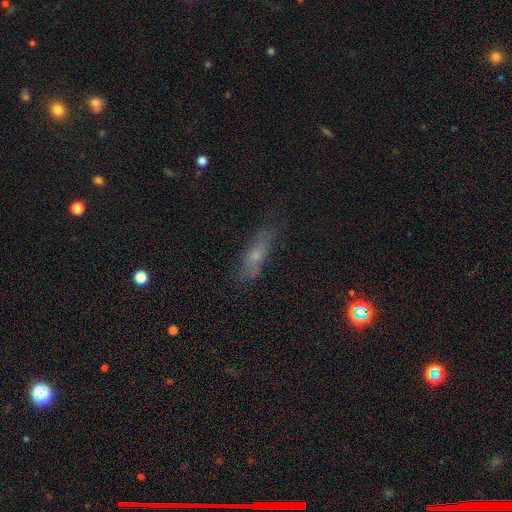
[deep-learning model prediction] Morphology: type=smooth (49%); merging=none (68%).